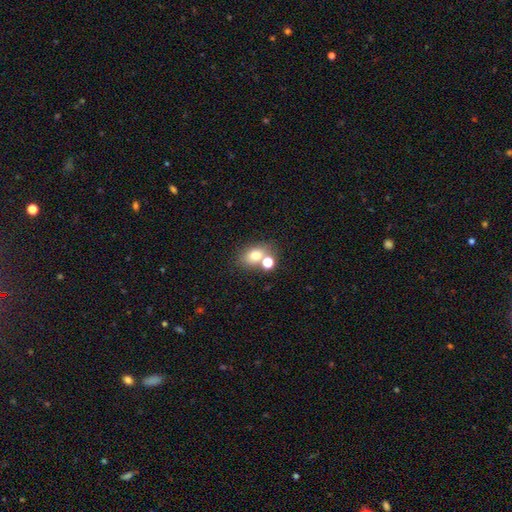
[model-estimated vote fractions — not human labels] The model was most divided on "how rounded": in between: 59%, round: 40%, cigar-shaped: 1%. More confident: smooth or featured — smooth (73%); merging — none (56%).